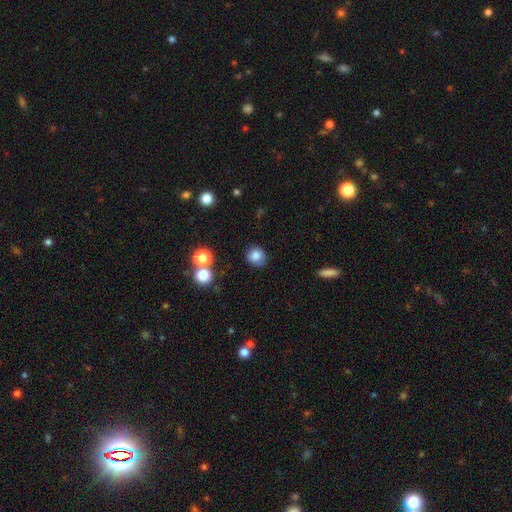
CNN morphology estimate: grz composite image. It shows a smooth galaxy with no disk features (83%) that is round (80%). Merging: none (79%).